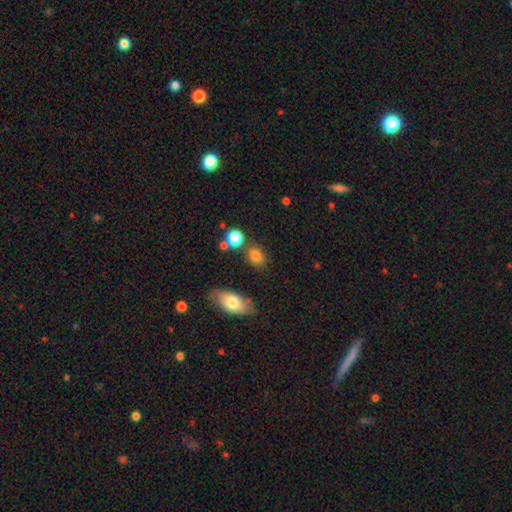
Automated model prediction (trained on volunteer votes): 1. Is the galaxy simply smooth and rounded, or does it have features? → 82% smooth, 11% star or artifact, 7% featured or disk.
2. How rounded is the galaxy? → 51% in between, 47% round, 2% cigar-shaped.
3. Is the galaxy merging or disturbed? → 75% none, 12% minor disturbance, 9% merger, 4% major disturbance.